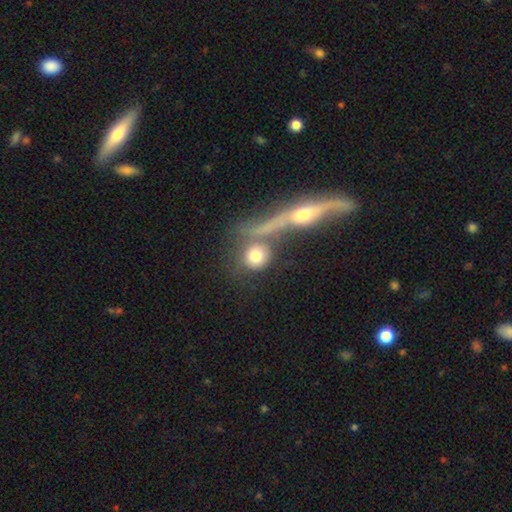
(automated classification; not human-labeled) Smooth or featured? Predicted: smooth (p=0.72). How rounded? Predicted: round (p=0.81). Merging? Predicted: none (p=0.52).